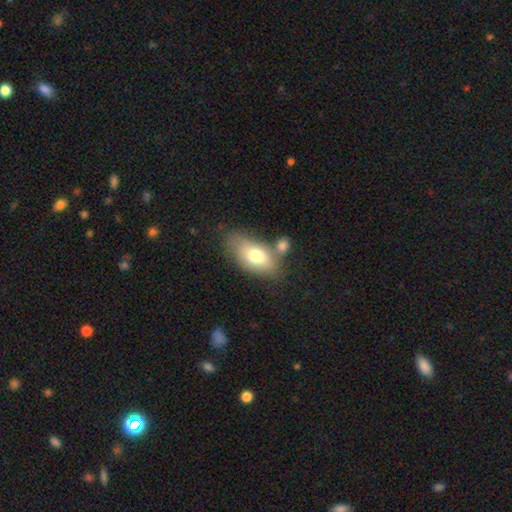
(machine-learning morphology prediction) A smooth galaxy with no disk features (72%) that is in between round and cigar-shaped (90%).

Vote fractions:
- Smooth or featured? smooth: 72% / featured or disk: 21% / star or artifact: 7%
- How rounded? in between: 90% / round: 7% / cigar-shaped: 3%
- Merging? none: 53% / merger: 22% / minor disturbance: 18% / major disturbance: 7%